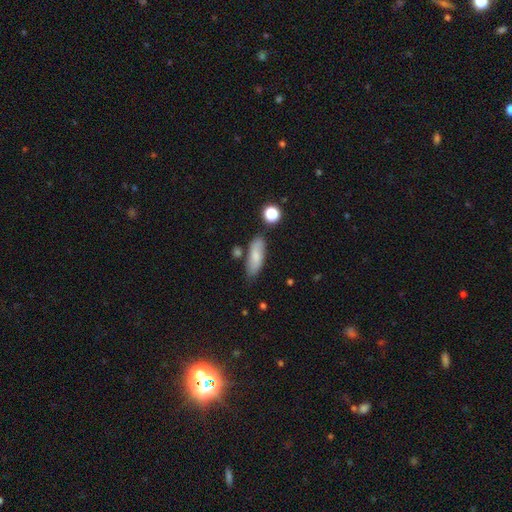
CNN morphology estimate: Smooth or featured: smooth — 72% (featured or disk — 21%)
How rounded: in between — 63% (cigar-shaped — 34%)
Merging: none — 75% (minor disturbance — 16%)